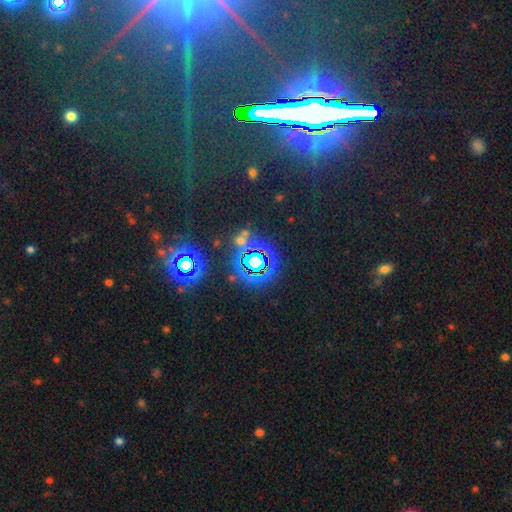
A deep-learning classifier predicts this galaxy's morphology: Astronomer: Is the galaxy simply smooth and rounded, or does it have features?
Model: star or artifact — 77%.